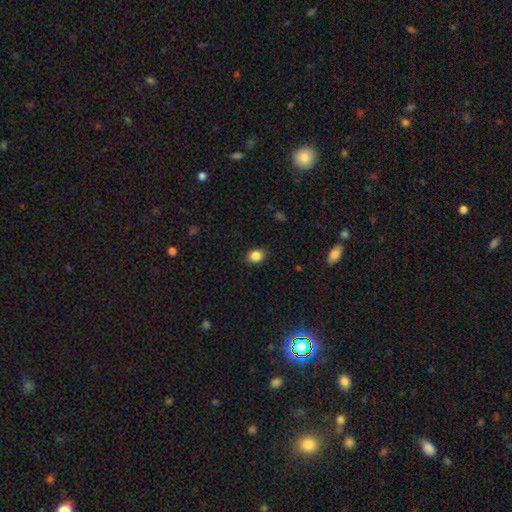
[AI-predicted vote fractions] smooth-or-featured: smooth: 86% | star or artifact: 10% | featured or disk: 4%
  how-rounded: in between: 58% | round: 41% | cigar-shaped: 1%
  merging: none: 88% | minor disturbance: 9% | major disturbance: 2% | merger: 1%